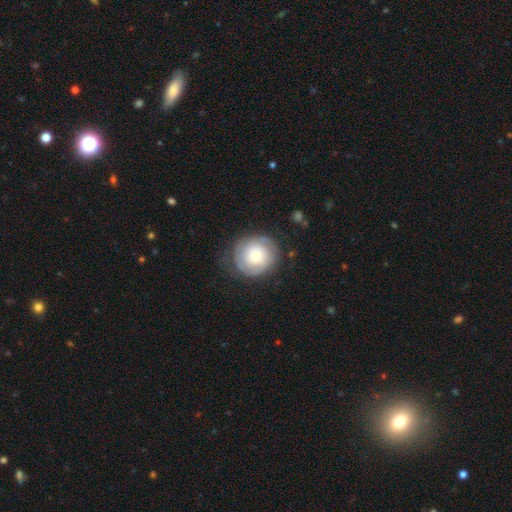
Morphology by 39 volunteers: A featured or disk galaxy (49%) with no bar (84%), 2 (55%) tight (91%) spiral arms (58%) and a moderate central bulge (47%). Merging: none (62%).